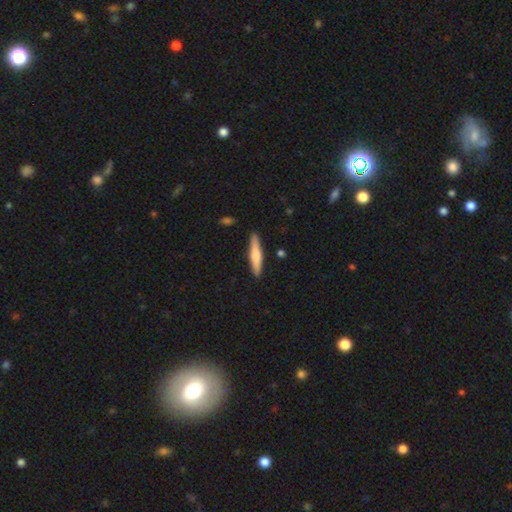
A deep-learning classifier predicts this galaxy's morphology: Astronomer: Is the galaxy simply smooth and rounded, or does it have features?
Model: smooth — 64%.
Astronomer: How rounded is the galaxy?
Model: cigar-shaped — 89%.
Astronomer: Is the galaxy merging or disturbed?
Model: none — 89%.